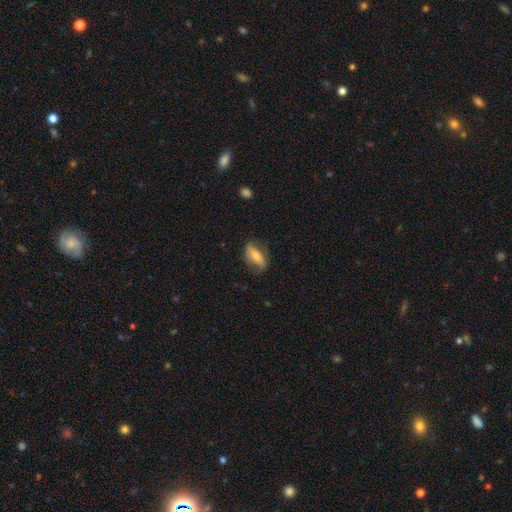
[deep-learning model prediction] A smooth galaxy with no disk features (55%) that is in between round and cigar-shaped (77%).

Vote fractions:
- Smooth or featured? smooth: 55% / featured or disk: 38% / star or artifact: 7%
- How rounded? in between: 77% / cigar-shaped: 16% / round: 6%
- Merging? none: 70% / minor disturbance: 21% / major disturbance: 7% / merger: 1%